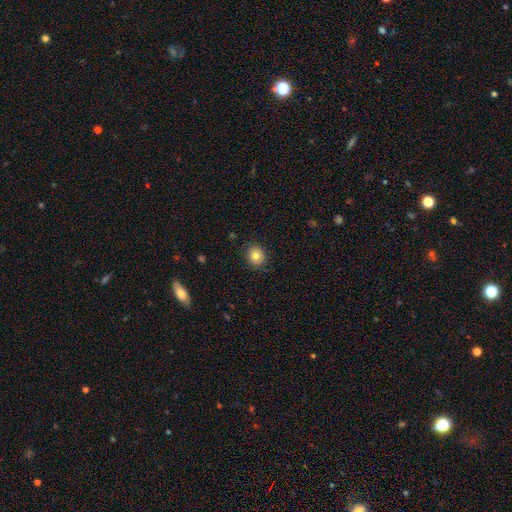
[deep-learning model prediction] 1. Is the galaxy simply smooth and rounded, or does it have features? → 78% smooth, 11% featured or disk, 11% star or artifact.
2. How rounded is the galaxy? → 75% round, 24% in between, 1% cigar-shaped.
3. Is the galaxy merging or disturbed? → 86% none, 11% minor disturbance, 3% major disturbance, 1% merger.